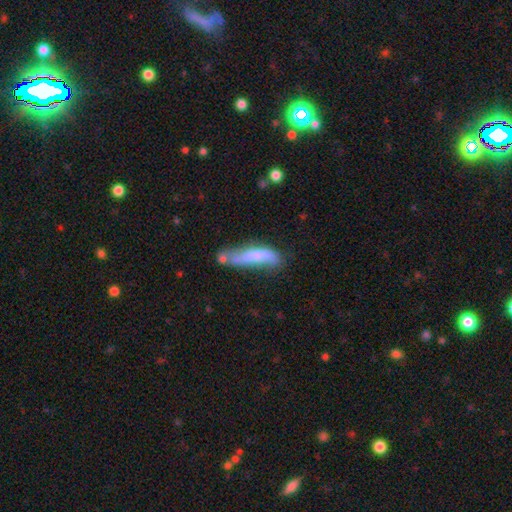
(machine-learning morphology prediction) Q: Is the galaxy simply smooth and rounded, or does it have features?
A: smooth — 61%.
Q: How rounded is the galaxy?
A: cigar-shaped — 69%.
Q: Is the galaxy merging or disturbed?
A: none — 33%.